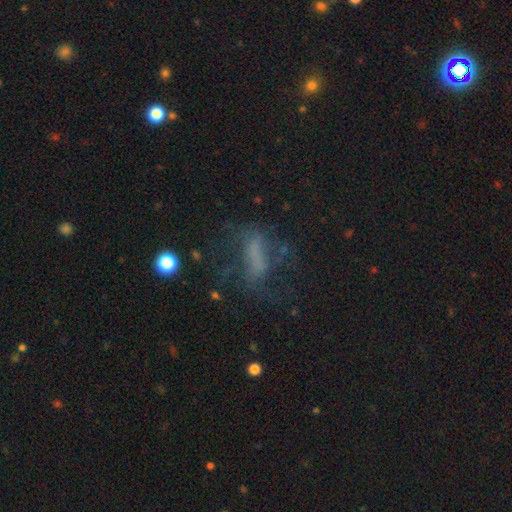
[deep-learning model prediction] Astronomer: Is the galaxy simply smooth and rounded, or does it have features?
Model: smooth — 39% (runner-up: featured or disk, 37%).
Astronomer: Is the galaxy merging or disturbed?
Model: none — 44% (runner-up: major disturbance, 31%).